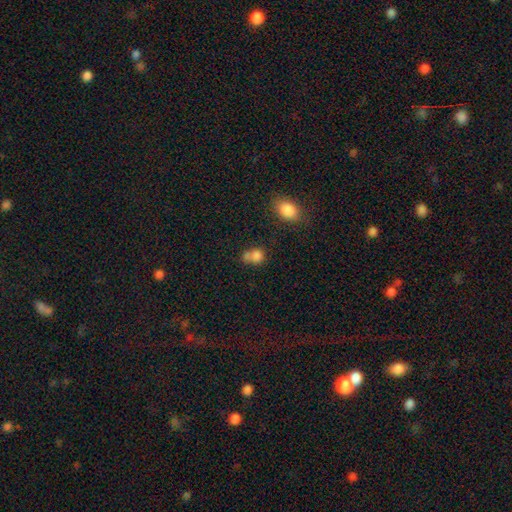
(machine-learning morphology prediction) This appears to be a smooth galaxy with no disk features (78%) that is round (60%). Merging: merger (45%).